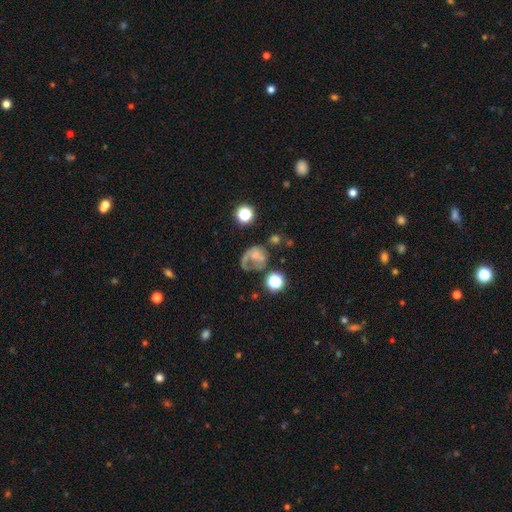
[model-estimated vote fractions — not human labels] Morphology: type=featured or disk (45%); merging=major disturbance (41%).